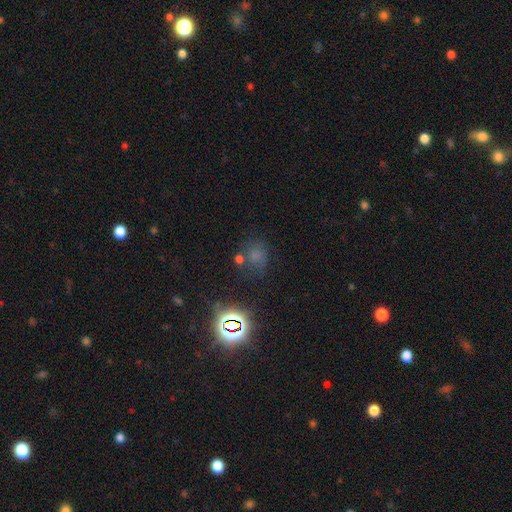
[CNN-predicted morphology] This is possibly a smooth galaxy (49%). Merging: likely none (61%).